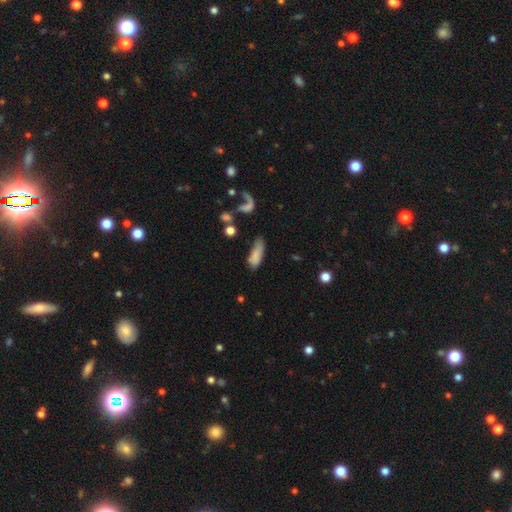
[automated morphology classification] Smooth or featured: smooth — 76% (featured or disk — 15%)
How rounded: in between — 65% (cigar-shaped — 32%)
Merging: none — 44% (minor disturbance — 27%)